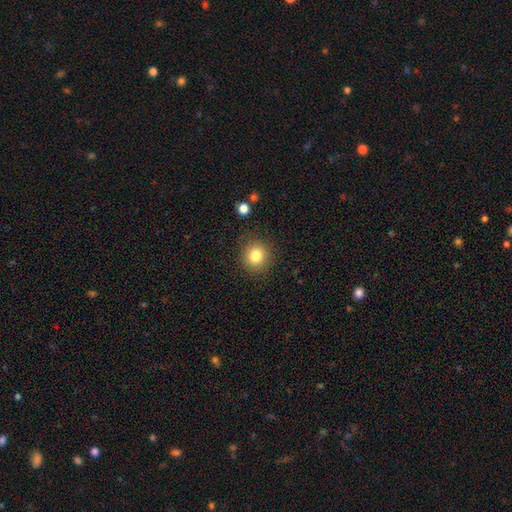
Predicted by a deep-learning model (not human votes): Smooth or featured: smooth — 82% (star or artifact — 11%)
How rounded: round — 89% (in between — 10%)
Merging: none — 88% (minor disturbance — 8%)